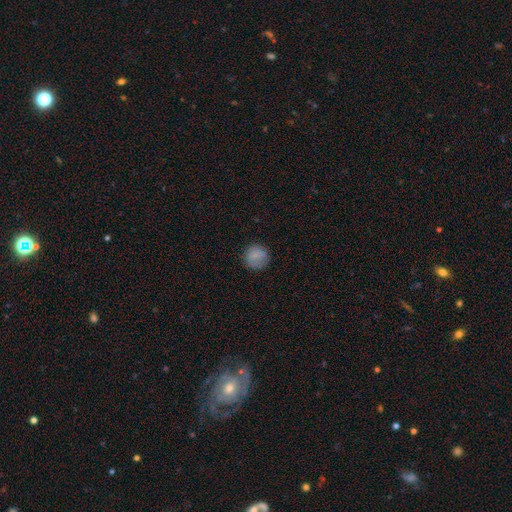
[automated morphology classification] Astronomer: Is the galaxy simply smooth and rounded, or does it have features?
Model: smooth — 83%.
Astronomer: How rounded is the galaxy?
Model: round — 92%.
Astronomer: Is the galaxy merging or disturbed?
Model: none — 84%.